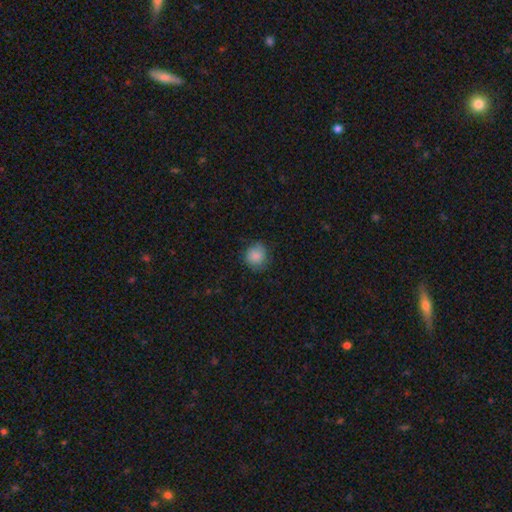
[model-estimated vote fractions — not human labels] Smooth or featured: smooth — 85% (star or artifact — 8%)
How rounded: round — 84% (in between — 15%)
Merging: none — 75% (minor disturbance — 19%)